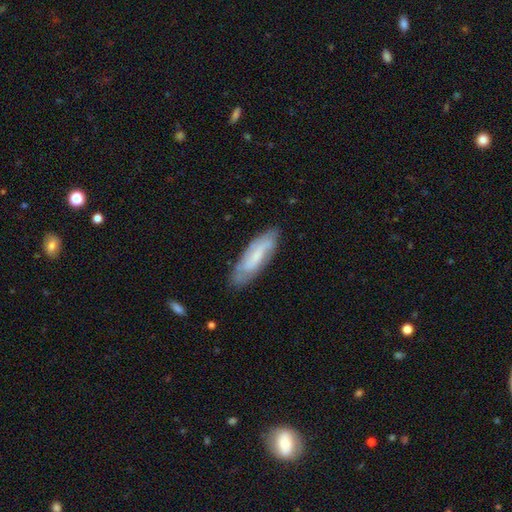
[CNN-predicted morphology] Overall: featured or disk (52%; smooth 41%). Edge-on disk: no (78%). Merging: none (76%).